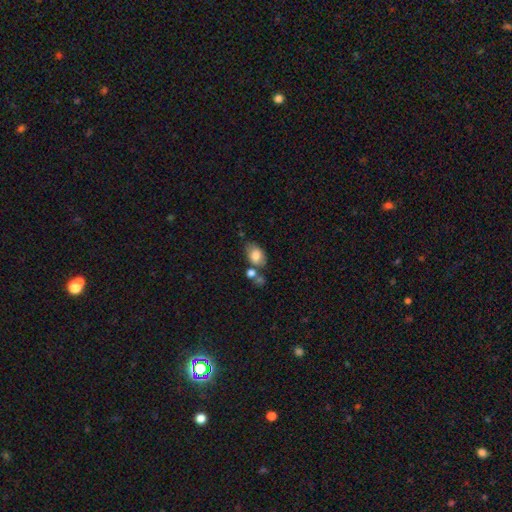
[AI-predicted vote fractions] smooth 79%, featured or disk 13%, star or artifact 8%. Down the decision tree: how rounded — in between (85%); merging — none (55%).